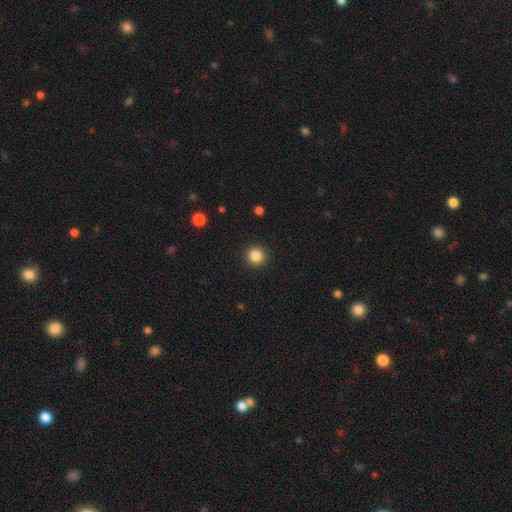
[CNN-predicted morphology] The model was most divided on "smooth or featured": smooth: 86%, star or artifact: 11%, featured or disk: 4%. More confident: how rounded — round (95%); merging — none (92%).